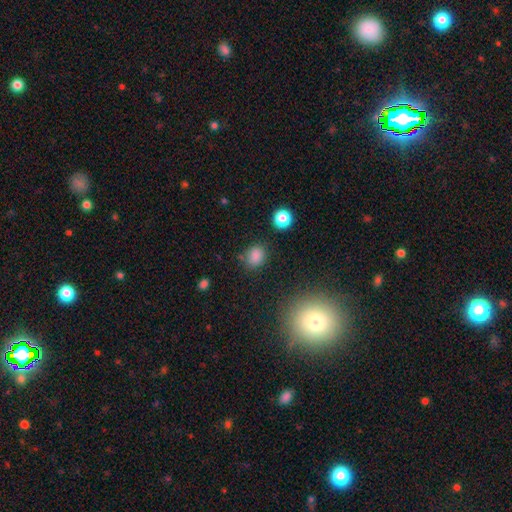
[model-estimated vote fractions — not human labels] A smooth galaxy with no disk features (82%) that is round (57%). Merging: none (77%).